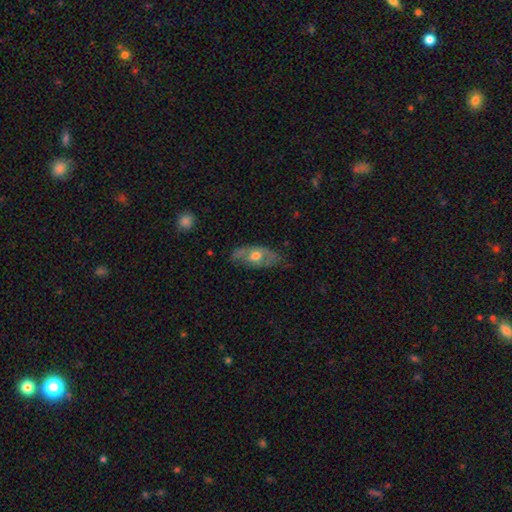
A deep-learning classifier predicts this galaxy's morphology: A featured or disk galaxy (55%).

Vote fractions:
- Smooth or featured? featured or disk: 55% / smooth: 39% / star or artifact: 6%
- Edge-on disk? no: 81% / yes: 19%
- Merging? none: 64% / minor disturbance: 26% / major disturbance: 9% / merger: 2%